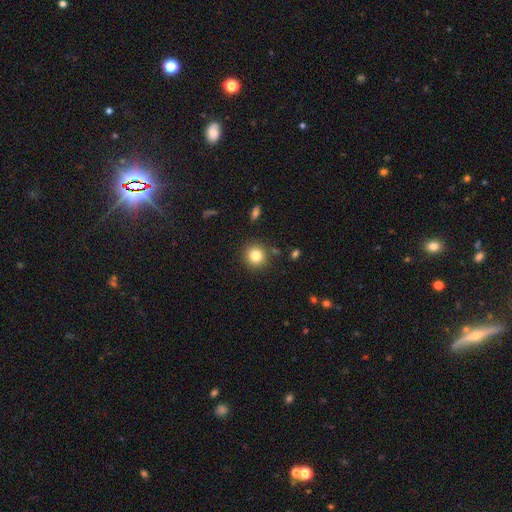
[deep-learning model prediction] Smooth or featured: smooth — 82% (star or artifact — 11%)
How rounded: round — 92% (in between — 7%)
Merging: none — 88% (minor disturbance — 7%)